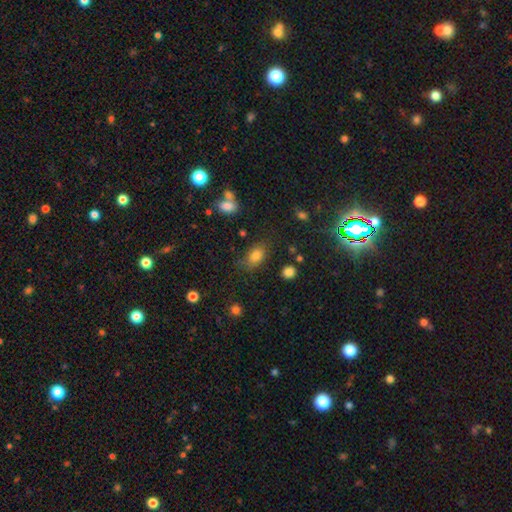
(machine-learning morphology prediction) Smooth or featured? Predicted: smooth (p=0.80). How rounded? Predicted: in between (p=0.83). Merging? Predicted: none (p=0.66).